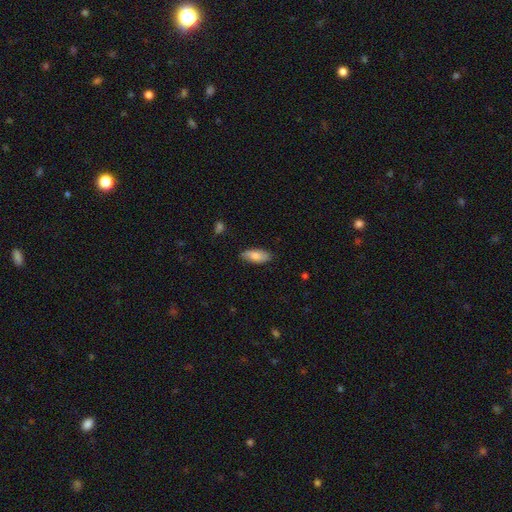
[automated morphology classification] This is clearly a smooth galaxy (81%). How rounded: clearly in between (82%). Merging: clearly none (82%).